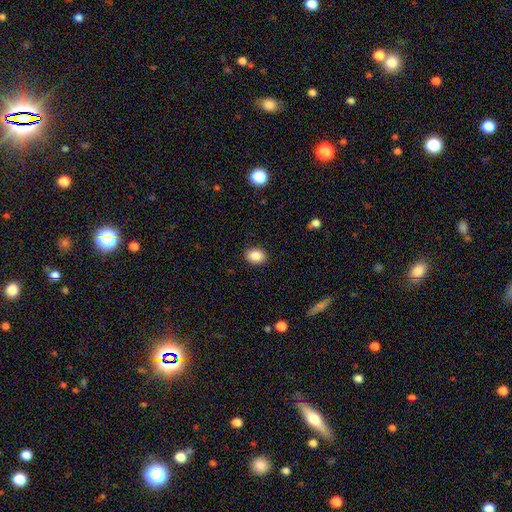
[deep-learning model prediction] This appears to be a smooth galaxy with no disk features (87%) that is in between round and cigar-shaped (69%). Merging: none (89%).